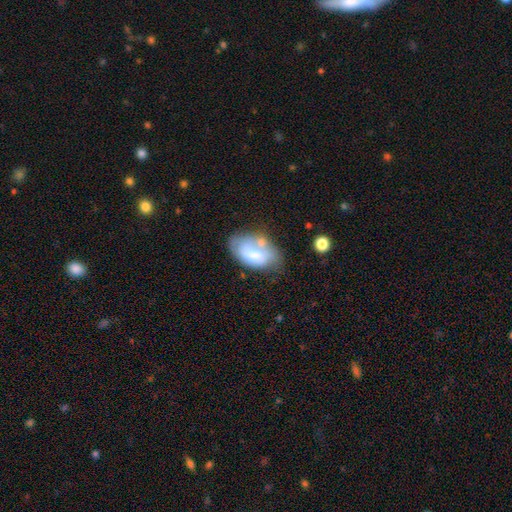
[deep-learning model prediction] The model was most divided on "merging": none: 35%, minor disturbance: 27%, merger: 22%, major disturbance: 16%. More confident: how rounded — in between (90%); smooth or featured — smooth (58%).